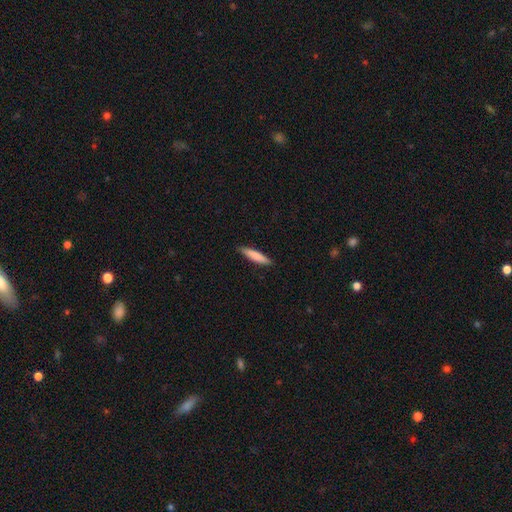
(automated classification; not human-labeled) The model was most divided on "smooth or featured": smooth: 80%, featured or disk: 15%, star or artifact: 5%. More confident: merging — none (89%); how rounded — cigar-shaped (86%).